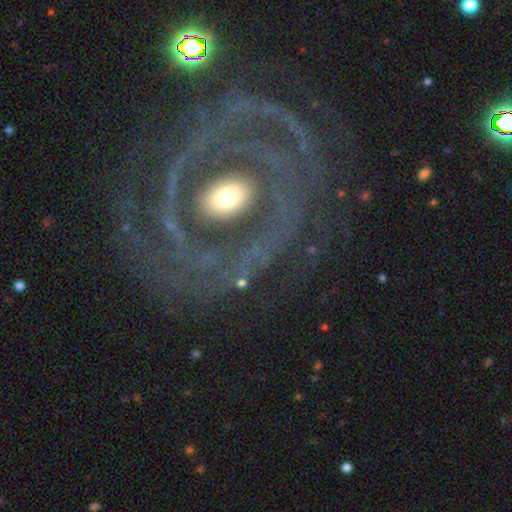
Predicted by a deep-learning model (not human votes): smooth_or_featured: featured or disk (p=0.87) [alt: smooth p=0.07]
disk_edge_on: no (p=0.96) [alt: yes p=0.04]
bar: no (p=0.52) [alt: weak p=0.26]
has_spiral_arms: yes (p=0.83) [alt: no p=0.17]
spiral_winding: tight (p=0.70) [alt: medium p=0.23]
spiral_arm_count: 2 (p=0.35) [alt: can't tell p=0.26]
bulge_size: moderate (p=0.63) [alt: small p=0.19]
merging: none (p=0.76) [alt: minor disturbance p=0.14]